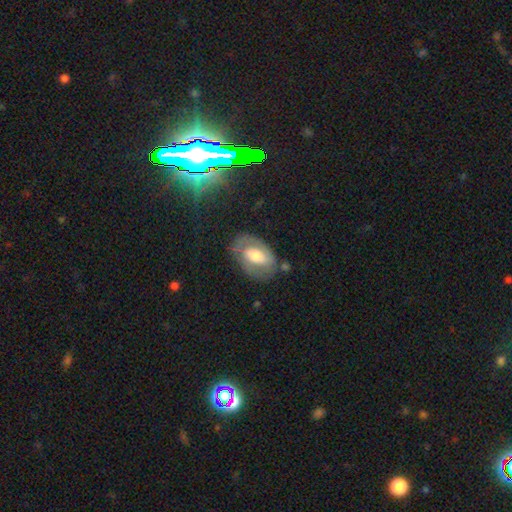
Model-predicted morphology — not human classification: Overall: featured or disk (52%; smooth 41%). Edge-on disk: no (94%). Merging: none (65%).